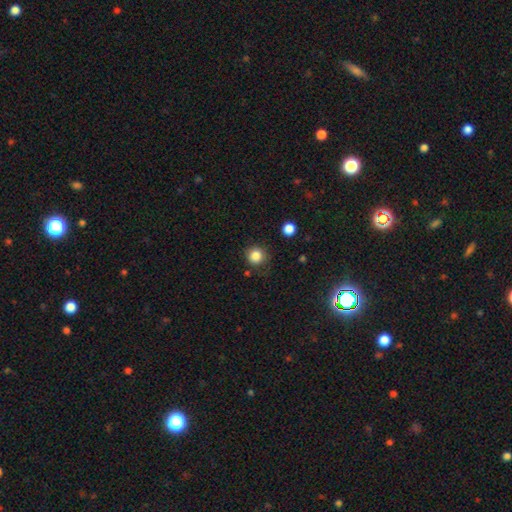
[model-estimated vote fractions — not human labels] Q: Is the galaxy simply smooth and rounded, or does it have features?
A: smooth — 84%.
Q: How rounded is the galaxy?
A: round — 92%.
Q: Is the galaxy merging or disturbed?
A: none — 82%.